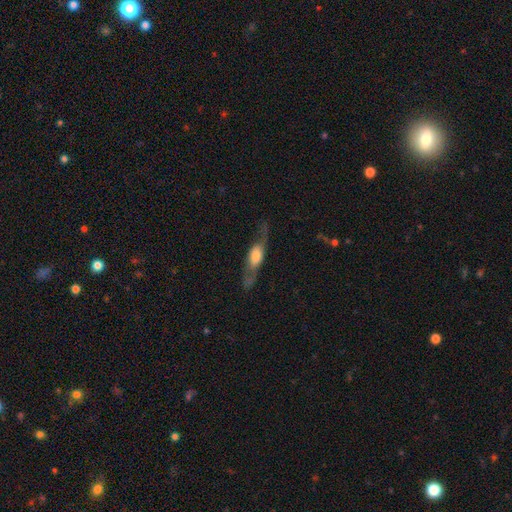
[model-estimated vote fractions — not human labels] A featured or disk galaxy (62%) viewed edge-on (65%).

Vote fractions:
- Smooth or featured? featured or disk: 62% / smooth: 32% / star or artifact: 6%
- Edge-on disk? yes: 65% / no: 35%
- Merging? none: 68% / minor disturbance: 18% / major disturbance: 13% / merger: 2%